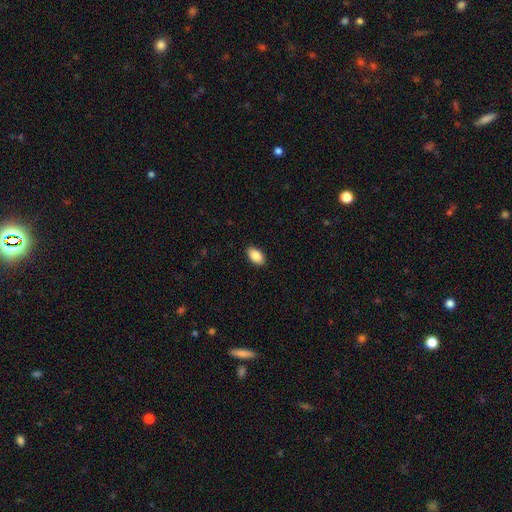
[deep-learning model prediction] A smooth galaxy with no disk features (88%) that is in between round and cigar-shaped (93%).

Vote fractions:
- Smooth or featured? smooth: 88% / star or artifact: 7% / featured or disk: 5%
- How rounded? in between: 93% / round: 5% / cigar-shaped: 2%
- Merging? none: 89% / minor disturbance: 8% / major disturbance: 2% / merger: 1%